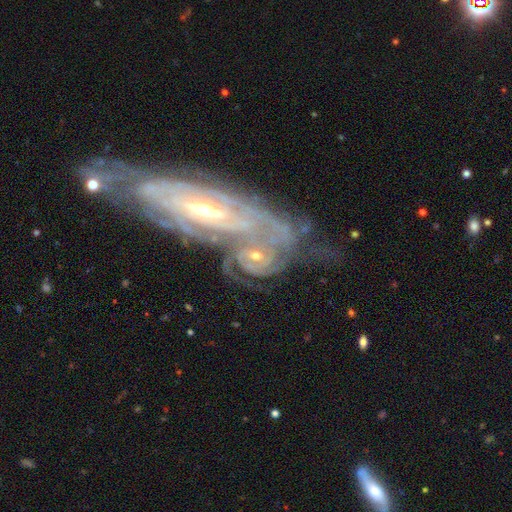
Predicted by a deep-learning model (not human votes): Q: Smooth or featured?
A: featured or disk (83%); runner-up: smooth (9%)
Q: Edge-on disk?
A: no (92%); runner-up: yes (8%)
Q: Bar?
A: no (46%); runner-up: weak (33%)
Q: Spiral arms?
A: yes (92%); runner-up: no (8%)
Q: Spiral winding?
A: tight (69%); runner-up: medium (25%)
Q: Spiral arm count?
A: can't tell (41%); runner-up: 2 (21%)
Q: Bulge size?
A: small (51%); runner-up: moderate (42%)
Q: Merging?
A: merger (62%); runner-up: none (21%)